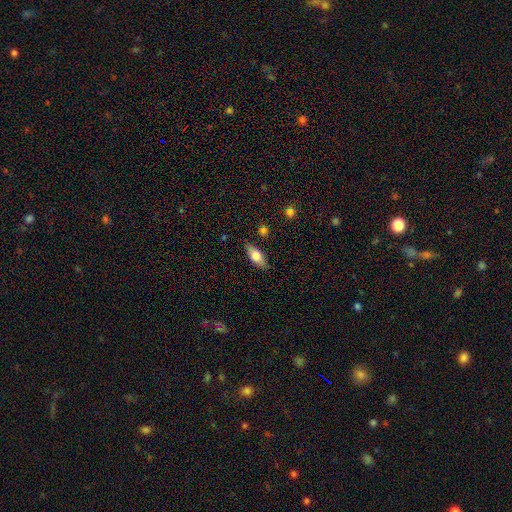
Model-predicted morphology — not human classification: A smooth galaxy with no disk features (72%) that is in between round and cigar-shaped (78%).

Vote fractions:
- Smooth or featured? smooth: 72% / featured or disk: 21% / star or artifact: 7%
- How rounded? in between: 78% / cigar-shaped: 19% / round: 3%
- Merging? none: 85% / minor disturbance: 11% / major disturbance: 2% / merger: 2%